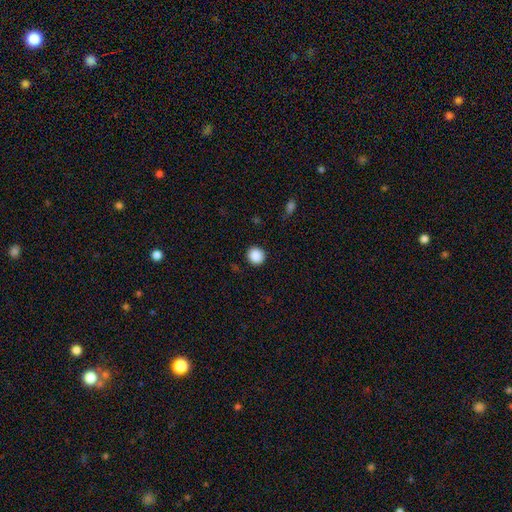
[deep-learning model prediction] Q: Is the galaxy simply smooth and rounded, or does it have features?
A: smooth — 89%.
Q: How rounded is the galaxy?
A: round — 93%.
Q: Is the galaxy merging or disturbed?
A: none — 91%.